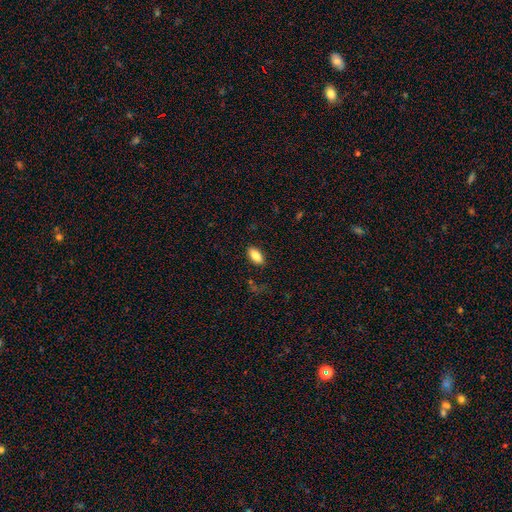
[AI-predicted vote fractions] A smooth galaxy with no disk features (85%) that is in between round and cigar-shaped (91%). Merging: none (86%).